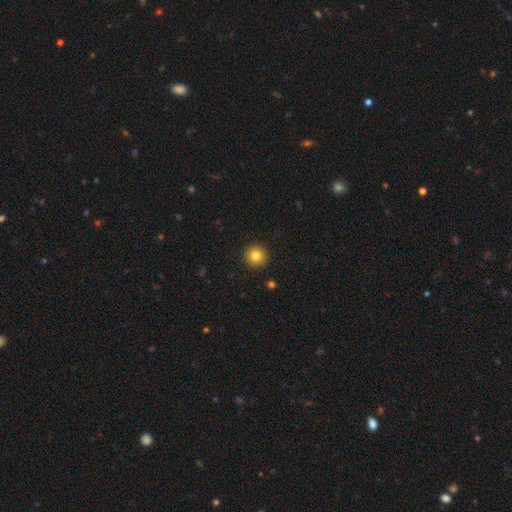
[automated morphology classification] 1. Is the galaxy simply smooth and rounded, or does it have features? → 83% smooth, 10% star or artifact, 7% featured or disk.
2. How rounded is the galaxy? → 95% round, 4% in between, 1% cigar-shaped.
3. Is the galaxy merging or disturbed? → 93% none, 4% minor disturbance, 2% major disturbance, 1% merger.